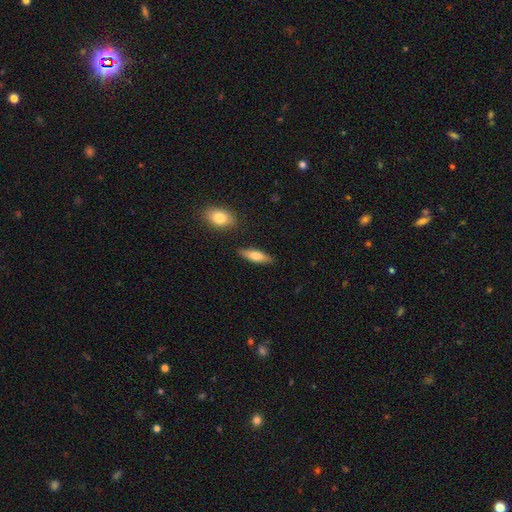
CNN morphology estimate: Smooth or featured? Predicted: smooth (p=0.66). How rounded? Predicted: cigar-shaped (p=0.49). Merging? Predicted: none (p=0.85).